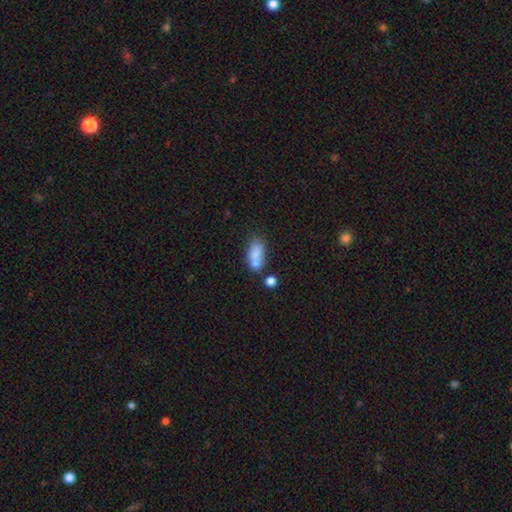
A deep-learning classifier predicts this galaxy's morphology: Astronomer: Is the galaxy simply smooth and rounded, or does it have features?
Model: smooth — 77%.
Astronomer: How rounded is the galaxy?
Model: in between — 83%.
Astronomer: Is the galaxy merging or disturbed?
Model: none — 40% (runner-up: merger, 31%).